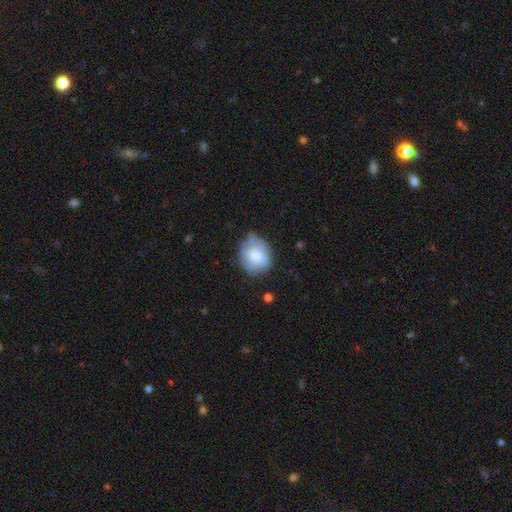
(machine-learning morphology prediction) Smooth or featured?
  - smooth: 67% *
  - featured or disk: 26%
  - star or artifact: 7%
How rounded?
  - round: 69% *
  - in between: 30%
  - cigar-shaped: 1%
Merging?
  - none: 55% *
  - minor disturbance: 32%
  - major disturbance: 10%
  - merger: 4%